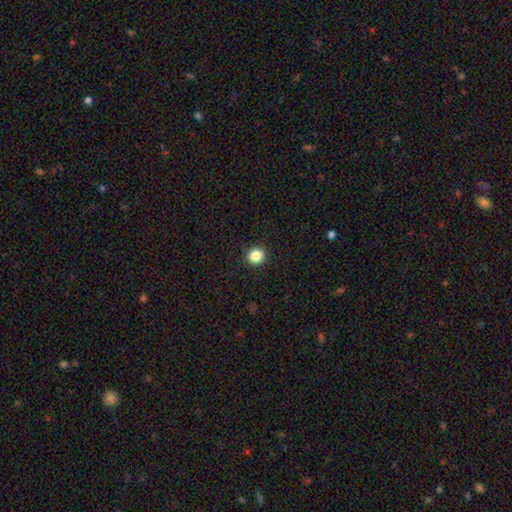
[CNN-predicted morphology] smooth-or-featured: smooth: 86% | star or artifact: 10% | featured or disk: 4%
  how-rounded: round: 87% | in between: 12% | cigar-shaped: 1%
  merging: none: 92% | minor disturbance: 5% | major disturbance: 2% | merger: 1%